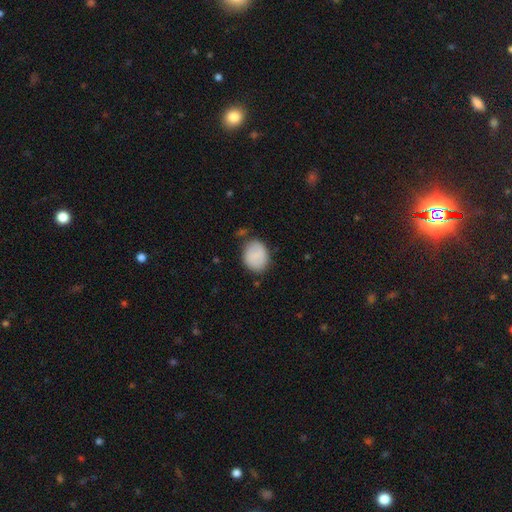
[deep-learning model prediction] Q: Smooth or featured?
A: smooth (80%); runner-up: featured or disk (13%)
Q: How rounded?
A: round (55%); runner-up: in between (45%)
Q: Merging?
A: none (74%); runner-up: minor disturbance (18%)